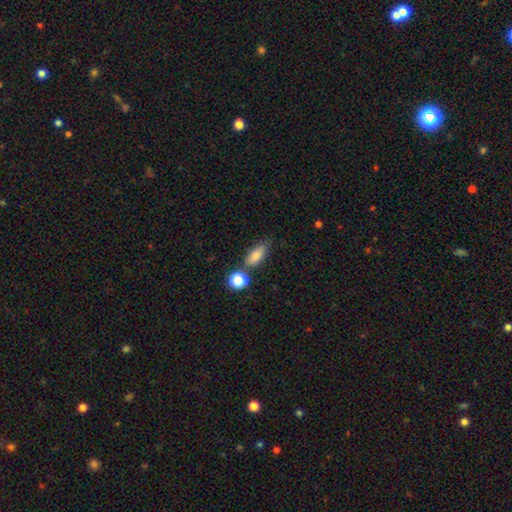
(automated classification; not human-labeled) The model was most divided on "merging": none: 62%, minor disturbance: 20%, merger: 12%, major disturbance: 6%. More confident: smooth or featured — smooth (81%); how rounded — in between (72%).